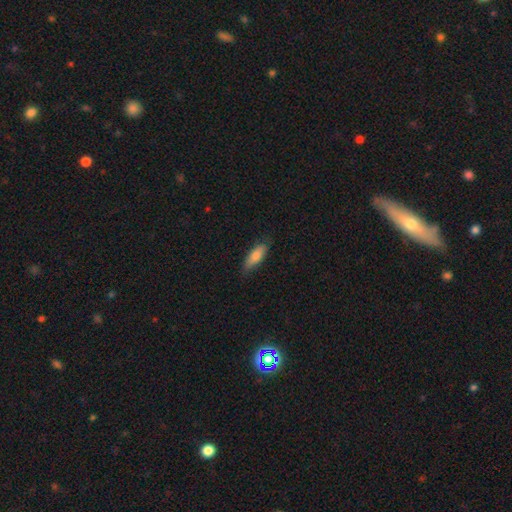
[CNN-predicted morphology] Overall: smooth (79%). How rounded: in between (56%; cigar-shaped 43%). Merging: none (82%).